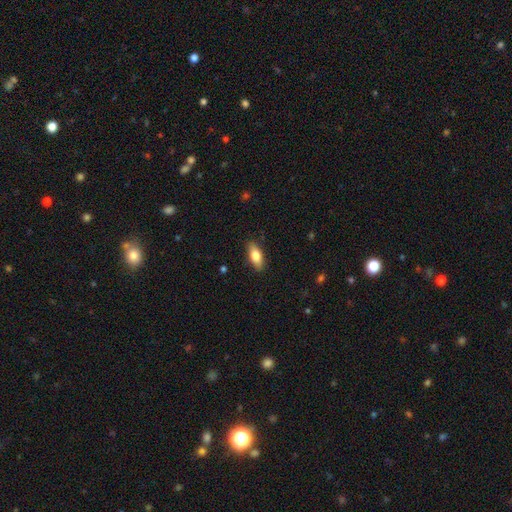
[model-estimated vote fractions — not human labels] Smooth or featured? Predicted: smooth (p=0.77). How rounded? Predicted: in between (p=0.79). Merging? Predicted: none (p=0.86).